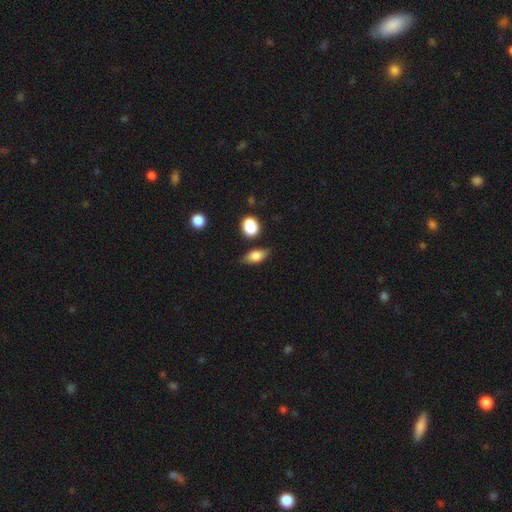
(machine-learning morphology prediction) A smooth galaxy with no disk features (71%) that is in between round and cigar-shaped (76%).

Vote fractions:
- Smooth or featured? smooth: 71% / featured or disk: 21% / star or artifact: 8%
- How rounded? in between: 76% / cigar-shaped: 13% / round: 11%
- Merging? none: 73% / minor disturbance: 18% / merger: 5% / major disturbance: 4%